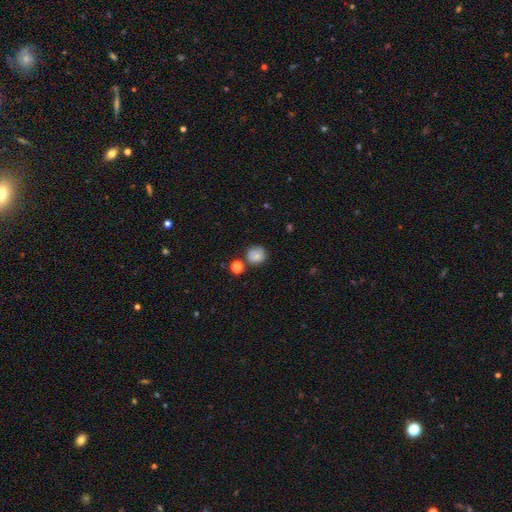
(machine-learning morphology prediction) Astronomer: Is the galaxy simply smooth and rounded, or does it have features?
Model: smooth — 79%.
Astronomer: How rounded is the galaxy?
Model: round — 88%.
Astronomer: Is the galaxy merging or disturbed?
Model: none — 72%.